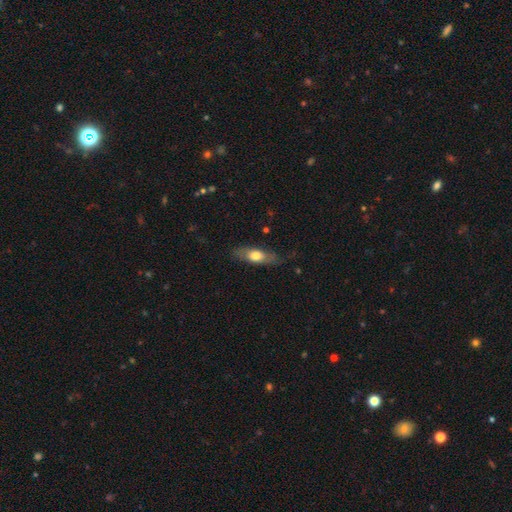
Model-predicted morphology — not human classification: This is likely a smooth galaxy (62%). How rounded: likely in between (61%). Merging: likely none (73%).